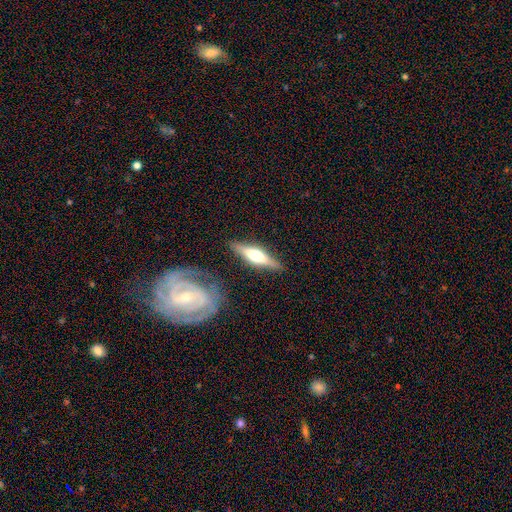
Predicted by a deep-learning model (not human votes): Smooth or featured?
  - featured or disk: 63% *
  - smooth: 32%
  - star or artifact: 6%
Edge-on disk?
  - yes: 93% *
  - no: 7%
Edge-on bulge?
  - rounded: 91% *
  - boxy: 6%
  - none: 3%
Merging?
  - none: 84% *
  - minor disturbance: 10%
  - merger: 3%
  - major disturbance: 3%